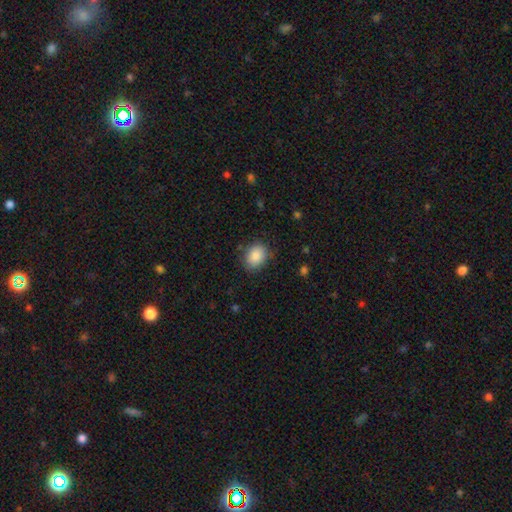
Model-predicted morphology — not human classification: A smooth galaxy with no disk features (88%) that is in between round and cigar-shaped (58%).

Vote fractions:
- Smooth or featured? smooth: 88% / star or artifact: 8% / featured or disk: 5%
- How rounded? in between: 58% / round: 41% / cigar-shaped: 1%
- Merging? none: 82% / minor disturbance: 13% / major disturbance: 4% / merger: 1%